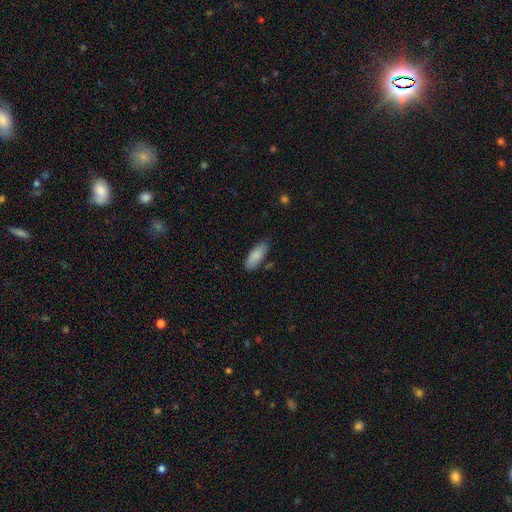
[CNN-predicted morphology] Smooth or featured? smooth (87%)
How rounded? in between (78%)
Merging? none (77%)